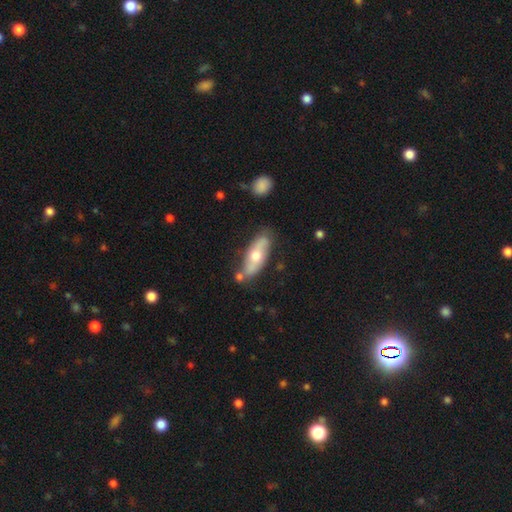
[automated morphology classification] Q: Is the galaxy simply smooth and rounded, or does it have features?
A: smooth — 51%.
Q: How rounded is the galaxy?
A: in between — 67%.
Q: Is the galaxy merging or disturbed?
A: none — 70%.